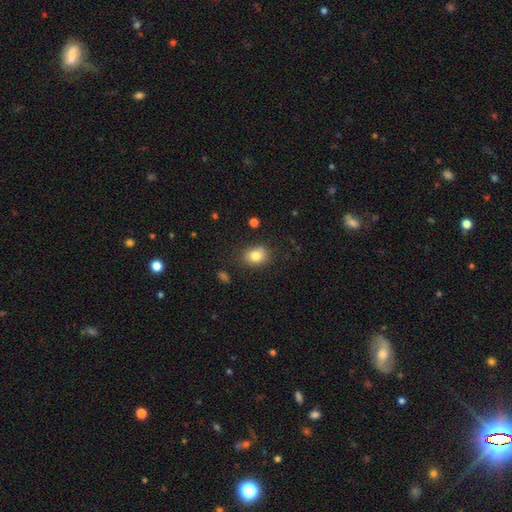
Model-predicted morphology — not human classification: Overall: smooth (82%). How rounded: in between (55%; round 44%). Merging: none (79%).